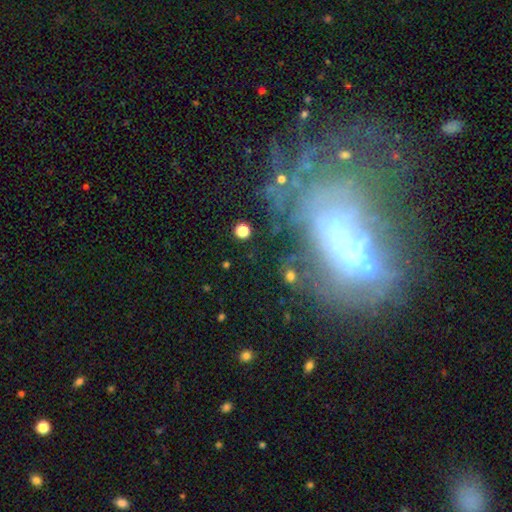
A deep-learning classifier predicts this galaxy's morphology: Smooth or featured?
  - featured or disk: 55% *
  - smooth: 25%
  - star or artifact: 21%
Edge-on disk?
  - no: 93% *
  - yes: 7%
Bar?
  - no: 75% *
  - weak: 15%
  - strong: 10%
Spiral arms?
  - no: 82% *
  - yes: 18%
Bulge size?
  - none: 36% *
  - moderate: 26%
  - small: 23%
  - large: 11%
  - dominant: 5%
Merging?
  - major disturbance: 39% *
  - none: 25%
  - merger: 21%
  - minor disturbance: 15%